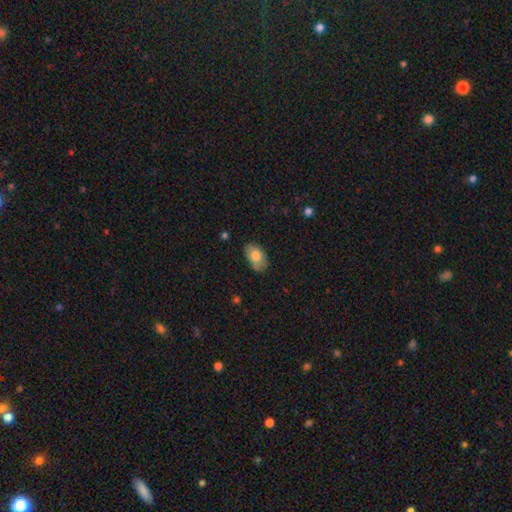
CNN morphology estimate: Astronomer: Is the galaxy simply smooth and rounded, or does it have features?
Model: smooth — 77%.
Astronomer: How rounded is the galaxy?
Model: in between — 92%.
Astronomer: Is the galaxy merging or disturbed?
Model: none — 75%.